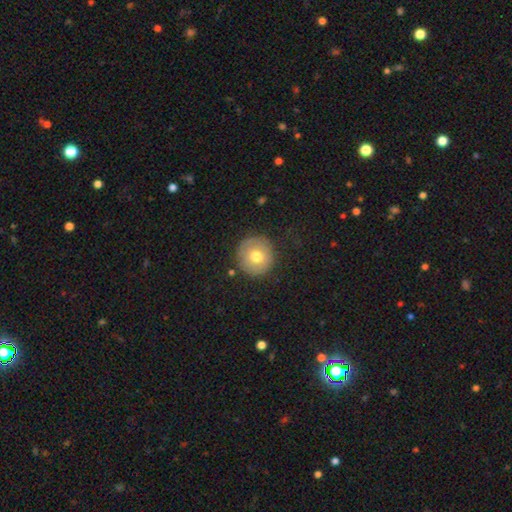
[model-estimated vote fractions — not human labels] A smooth galaxy with no disk features (66%) that is round (95%).

Vote fractions:
- Smooth or featured? smooth: 66% / featured or disk: 25% / star or artifact: 9%
- How rounded? round: 95% / in between: 4% / cigar-shaped: 1%
- Merging? none: 86% / minor disturbance: 10% / major disturbance: 3% / merger: 1%